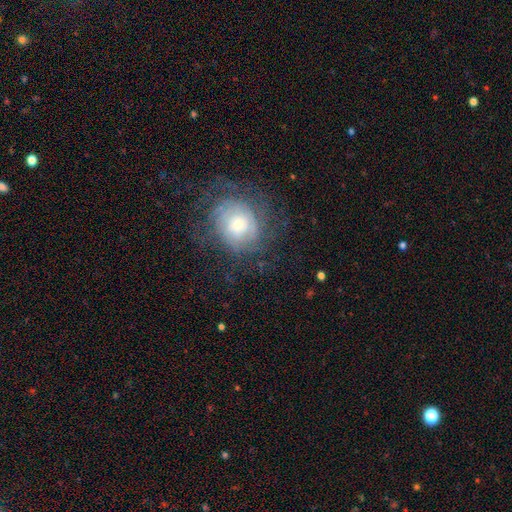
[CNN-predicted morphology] Smooth or featured? Predicted: featured or disk (p=0.47). Merging? Predicted: none (p=0.77).